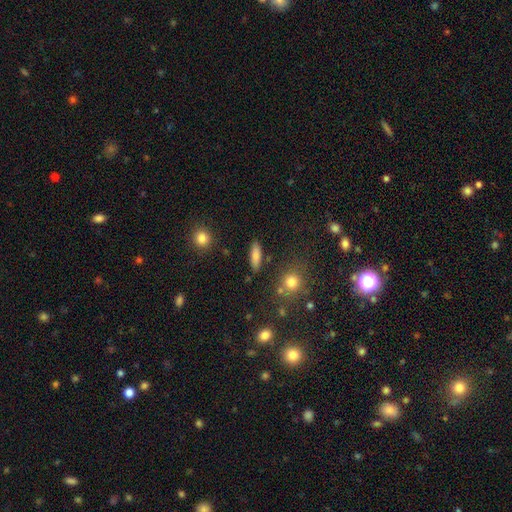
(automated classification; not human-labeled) Q: Smooth or featured?
A: smooth (80%); runner-up: featured or disk (12%)
Q: How rounded?
A: in between (57%); runner-up: cigar-shaped (39%)
Q: Merging?
A: none (85%); runner-up: minor disturbance (9%)